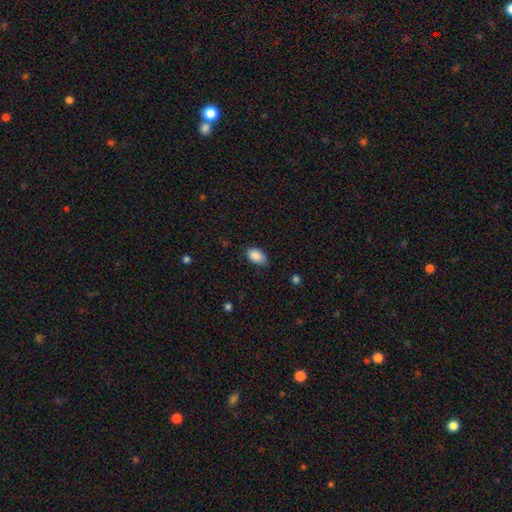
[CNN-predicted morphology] This is clearly a smooth galaxy (88%). How rounded: clearly in between (92%). Merging: likely none (73%).